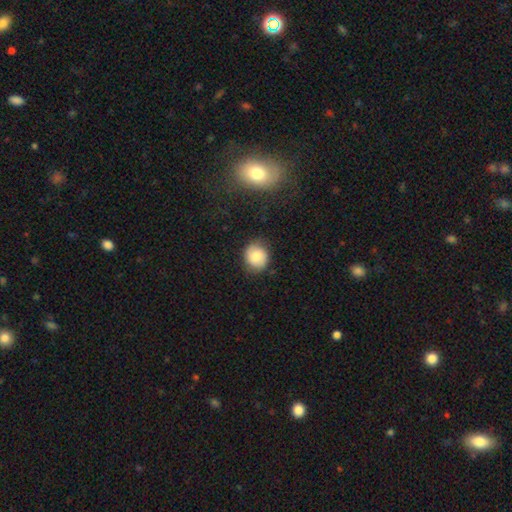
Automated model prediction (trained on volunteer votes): smooth-or-featured: smooth: 75% | featured or disk: 15% | star or artifact: 10%
  how-rounded: round: 82% | in between: 17% | cigar-shaped: 1%
  merging: none: 80% | minor disturbance: 15% | major disturbance: 3% | merger: 1%